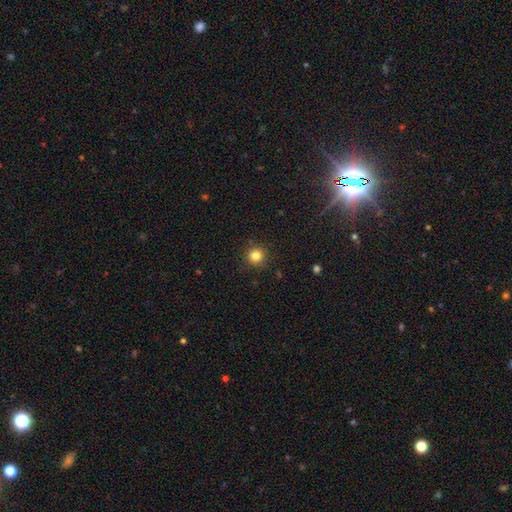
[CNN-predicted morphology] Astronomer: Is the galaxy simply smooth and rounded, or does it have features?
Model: smooth — 83%.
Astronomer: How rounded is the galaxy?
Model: round — 94%.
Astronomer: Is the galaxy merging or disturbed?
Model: none — 90%.